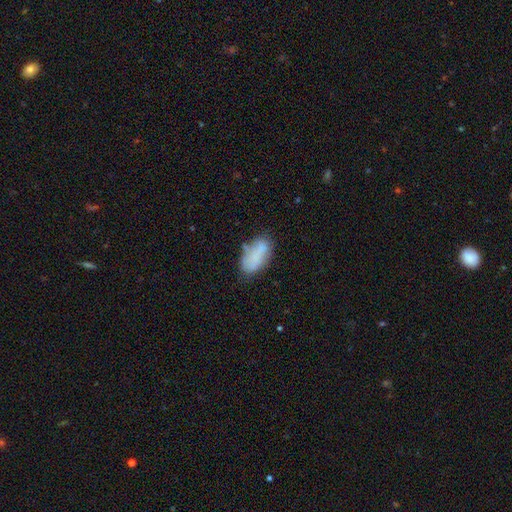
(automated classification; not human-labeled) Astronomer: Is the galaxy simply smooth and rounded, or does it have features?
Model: smooth — 74%.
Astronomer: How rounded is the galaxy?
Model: in between — 91%.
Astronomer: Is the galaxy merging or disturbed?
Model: none — 60%.